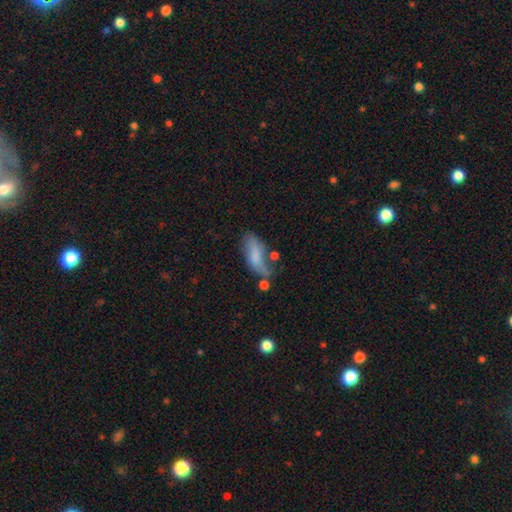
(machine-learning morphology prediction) The model was most divided on "merging": none: 36%, minor disturbance: 29%, major disturbance: 20%, merger: 15%. More confident: how rounded — in between (70%); smooth or featured — smooth (65%).